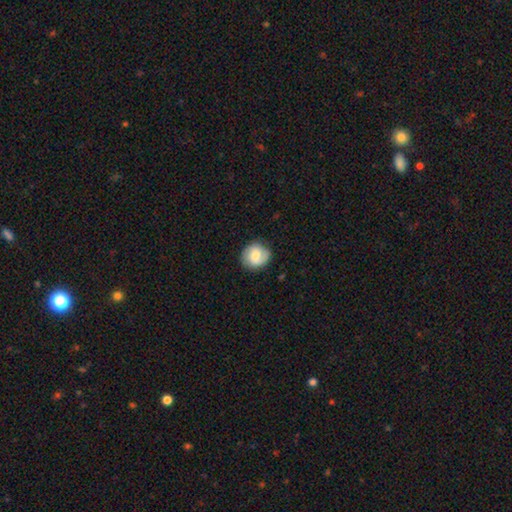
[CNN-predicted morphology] Smooth or featured?
  - smooth: 59% *
  - featured or disk: 34%
  - star or artifact: 7%
How rounded?
  - round: 83% *
  - in between: 16%
  - cigar-shaped: 1%
Merging?
  - none: 80% *
  - minor disturbance: 15%
  - major disturbance: 4%
  - merger: 1%